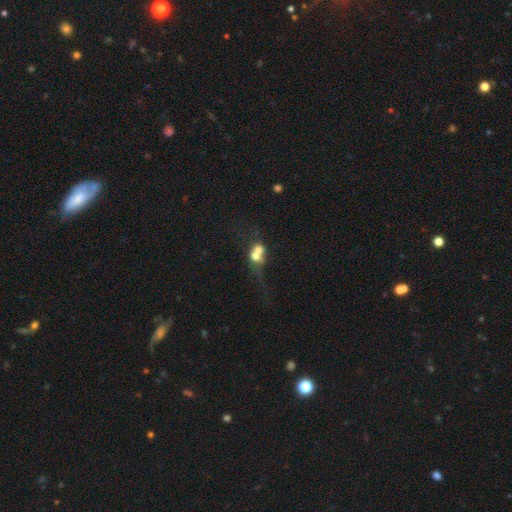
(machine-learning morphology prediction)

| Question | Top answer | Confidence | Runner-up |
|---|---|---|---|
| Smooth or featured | smooth | 58% | featured or disk (29%) |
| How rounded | round | 64% | in between (33%) |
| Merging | merger | 69% | none (18%) |